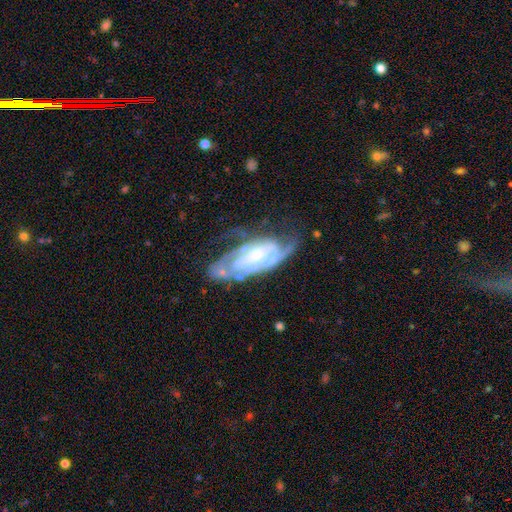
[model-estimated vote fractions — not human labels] featured or disk 81%, smooth 12%, star or artifact 6%. Down the decision tree: edge-on disk — no (91%); bar — no (40%); spiral arms — yes (84%); spiral arm count — can't tell (39%); spiral winding — tight (50%); bulge size — small (49%); merging — none (43%).